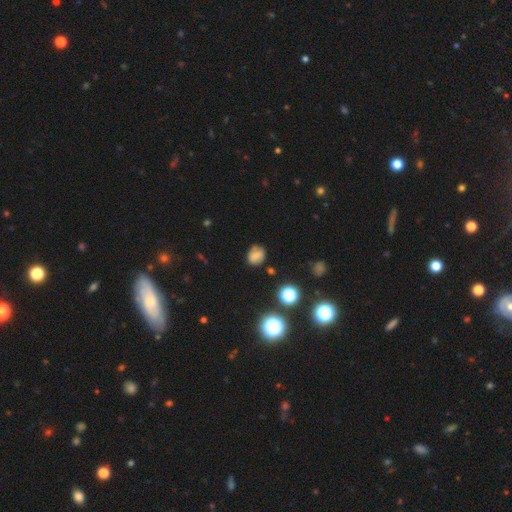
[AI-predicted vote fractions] A smooth galaxy with no disk features (68%) that is round (62%).

Vote fractions:
- Smooth or featured? smooth: 68% / featured or disk: 17% / star or artifact: 16%
- How rounded? round: 62% / in between: 37% / cigar-shaped: 1%
- Merging? none: 74% / minor disturbance: 19% / major disturbance: 5% / merger: 2%